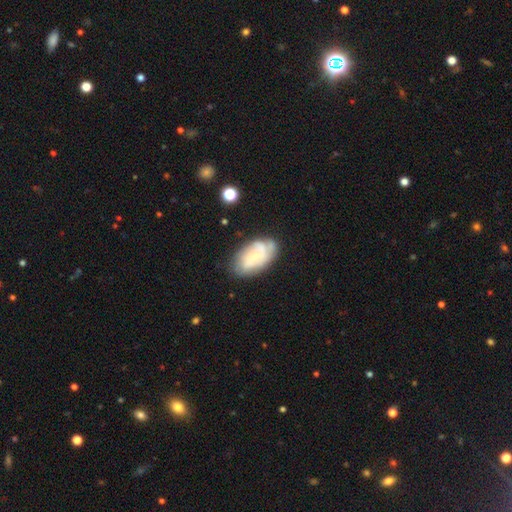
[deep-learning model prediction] Smooth or featured?
  - featured or disk: 48% *
  - smooth: 43%
  - star or artifact: 8%
Merging?
  - none: 63% *
  - minor disturbance: 24%
  - major disturbance: 9%
  - merger: 4%